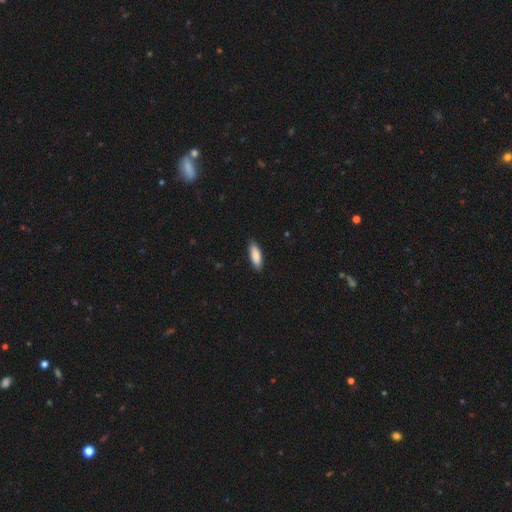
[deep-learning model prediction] Smooth or featured? Predicted: smooth (p=0.86). How rounded? Predicted: in between (p=0.54). Merging? Predicted: none (p=0.87).